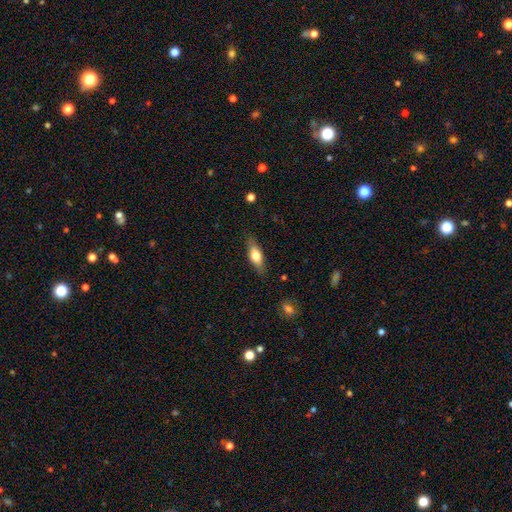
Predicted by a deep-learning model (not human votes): Smooth or featured? smooth (66%)
How rounded? in between (65%)
Merging? none (82%)